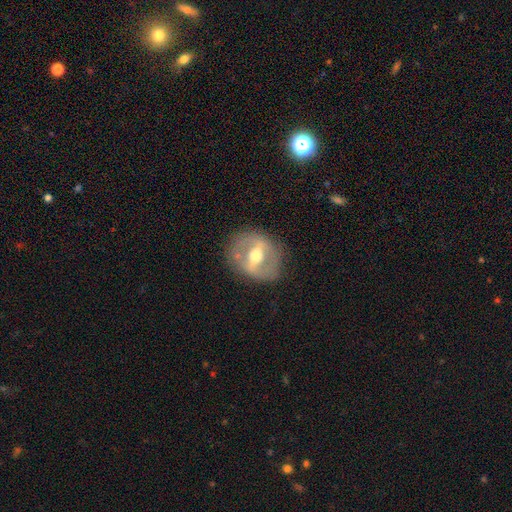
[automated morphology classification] Q: Smooth or featured?
A: featured or disk (74%); runner-up: smooth (20%)
Q: Edge-on disk?
A: no (91%); runner-up: yes (9%)
Q: Bar?
A: strong (59%); runner-up: weak (29%)
Q: Spiral arms?
A: no (62%); runner-up: yes (38%)
Q: Bulge size?
A: moderate (74%); runner-up: large (12%)
Q: Merging?
A: none (81%); runner-up: minor disturbance (12%)